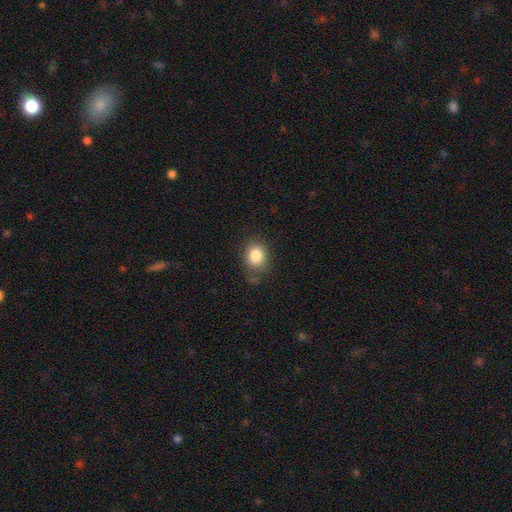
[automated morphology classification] Overall: smooth (85%). How rounded: round (55%; in between 44%). Merging: none (72%).